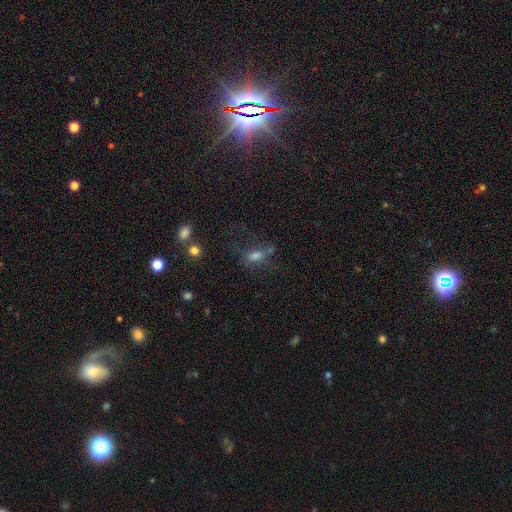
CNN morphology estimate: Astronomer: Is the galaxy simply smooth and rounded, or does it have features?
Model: smooth — 60%.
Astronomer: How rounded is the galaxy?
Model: in between — 68%.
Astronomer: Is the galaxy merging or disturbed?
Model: none — 49%.